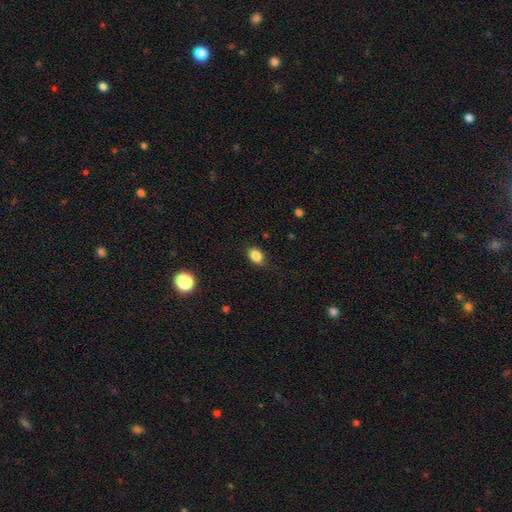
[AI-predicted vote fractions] A smooth galaxy with no disk features (85%) that is in between round and cigar-shaped (81%). Merging: none (81%).